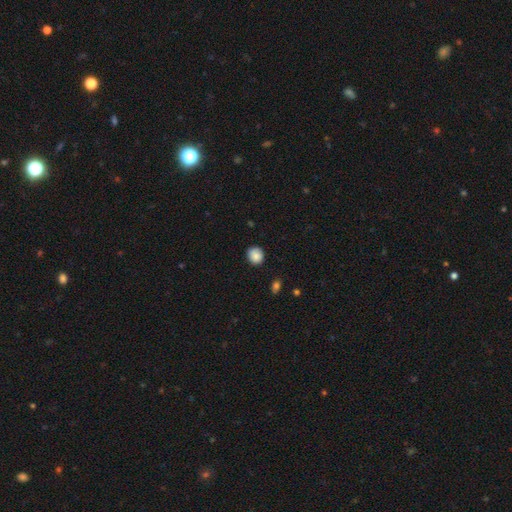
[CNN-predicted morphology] smooth-or-featured: smooth: 86% | star or artifact: 8% | featured or disk: 6%
  how-rounded: round: 81% | in between: 18% | cigar-shaped: 1%
  merging: none: 80% | minor disturbance: 16% | major disturbance: 3% | merger: 1%